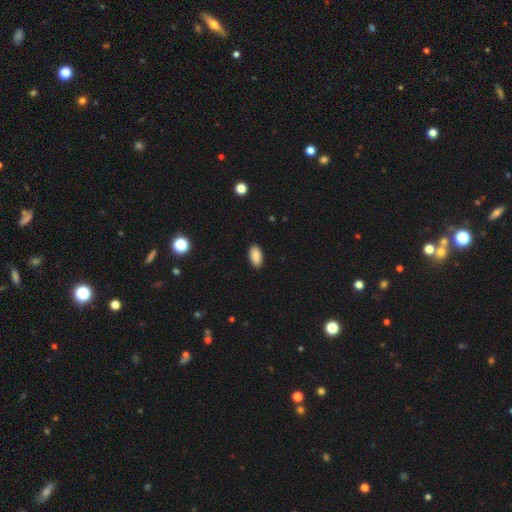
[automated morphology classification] smooth_or_featured: smooth (p=0.89) [alt: star or artifact p=0.08]
how_rounded: in between (p=0.94) [alt: cigar-shaped p=0.03]
merging: none (p=0.89) [alt: minor disturbance p=0.08]